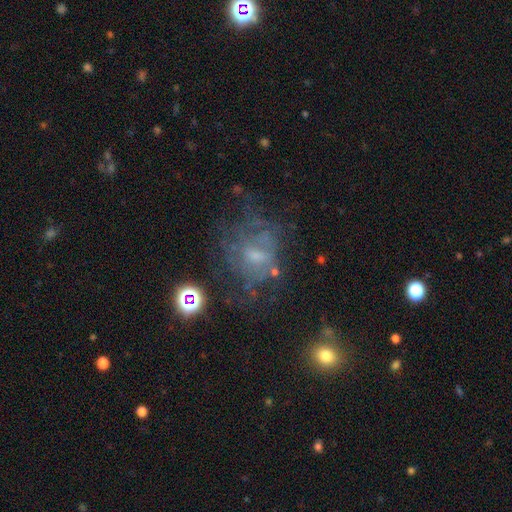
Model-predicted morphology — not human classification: Smooth or featured? featured or disk (55%)
Edge-on disk? no (97%)
Bar? no (62%)
Spiral arms? no (65%)
Bulge size? small (42%)
Merging? none (45%)